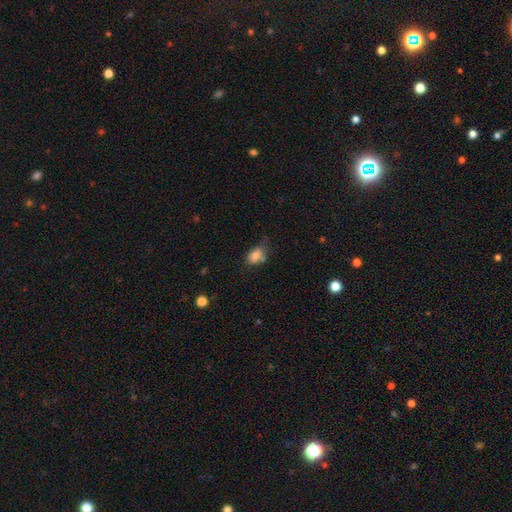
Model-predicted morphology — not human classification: Smooth or featured? Predicted: smooth (p=0.78). How rounded? Predicted: in between (p=0.81). Merging? Predicted: none (p=0.44).